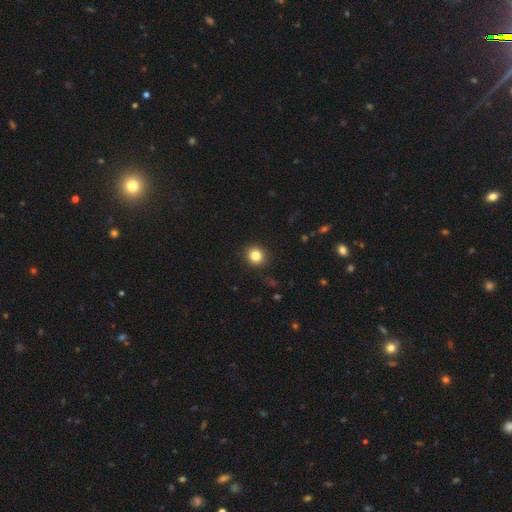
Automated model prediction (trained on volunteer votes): Morphology: type=smooth (84%); roundness=round (89%); merging=none (91%).